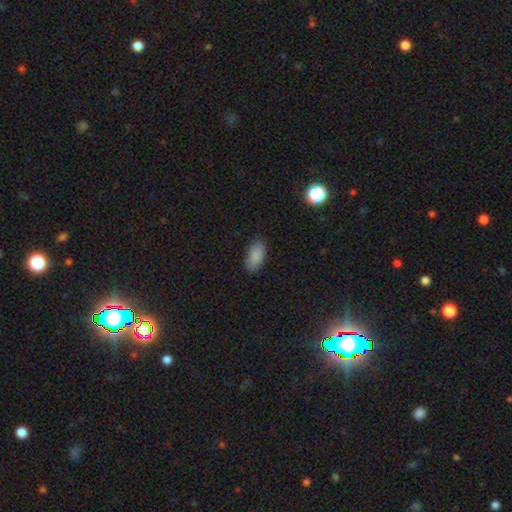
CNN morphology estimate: This is clearly a smooth galaxy (88%). How rounded: clearly in between (93%). Merging: clearly none (86%).